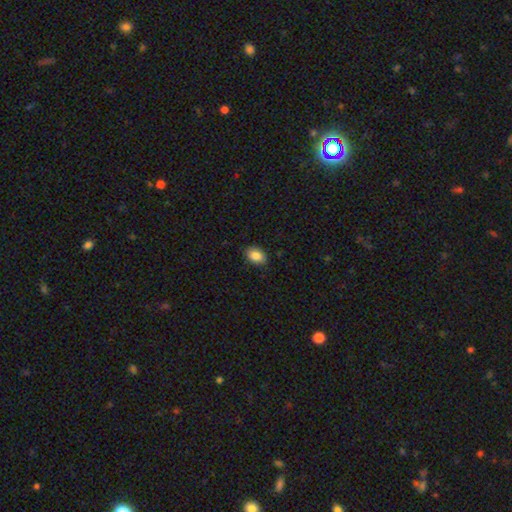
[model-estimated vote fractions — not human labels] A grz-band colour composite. It shows a smooth galaxy with no disk features (87%) that is in between round and cigar-shaped (83%). Merging: none (87%).